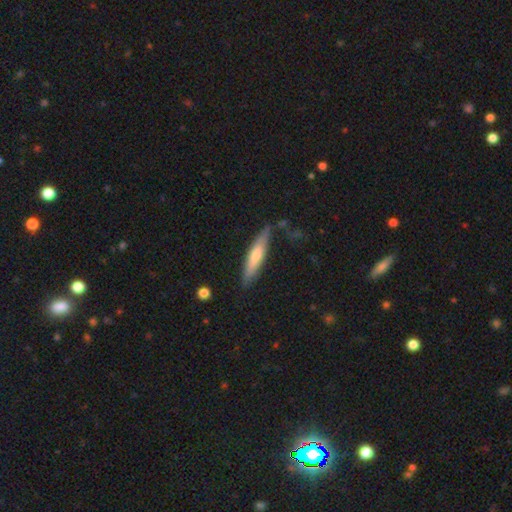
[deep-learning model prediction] smooth_or_featured: smooth (p=0.57) [alt: featured or disk p=0.38]
how_rounded: cigar-shaped (p=0.85) [alt: in between p=0.14]
merging: none (p=0.80) [alt: minor disturbance p=0.14]